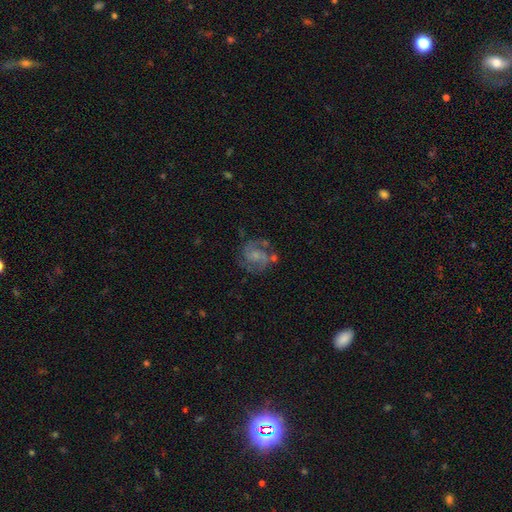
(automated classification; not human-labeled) A featured or disk galaxy (79%) with no bar (61%), 2 (80%) medium (53%) spiral arms (94%) and a small central bulge (60%).

Vote fractions:
- Smooth or featured? featured or disk: 79% / smooth: 13% / star or artifact: 7%
- Edge-on disk? no: 98% / yes: 2%
- Bar? no: 61% / weak: 33% / strong: 6%
- Spiral arms? yes: 94% / no: 6%
- Spiral winding? medium: 53% / tight: 30% / loose: 16%
- Spiral arm count? 2: 80% / can't tell: 7% / 3: 7% / 1: 2% / 4: 2% / more than 4: 2%
- Bulge size? small: 60% / moderate: 20% / none: 17% / large: 2% / dominant: 1%
- Merging? none: 65% / minor disturbance: 18% / major disturbance: 10% / merger: 7%